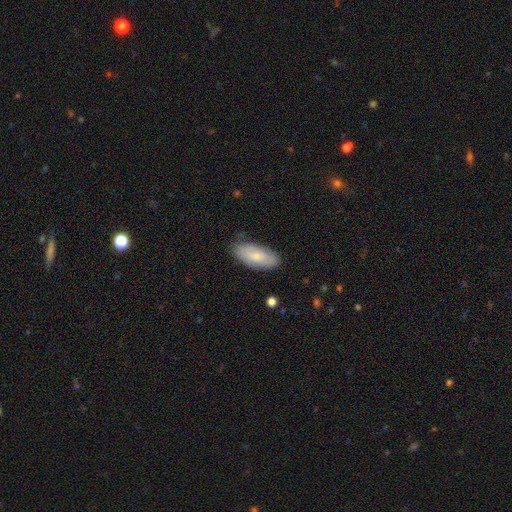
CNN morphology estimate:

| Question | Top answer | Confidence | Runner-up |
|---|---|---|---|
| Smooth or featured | smooth | 75% | featured or disk (19%) |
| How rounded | in between | 87% | cigar-shaped (11%) |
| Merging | none | 81% | minor disturbance (15%) |